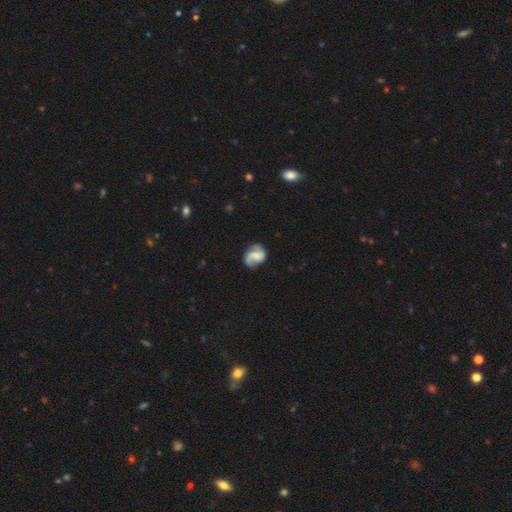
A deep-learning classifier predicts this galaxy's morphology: Q: Smooth or featured?
A: featured or disk (73%); runner-up: smooth (21%)
Q: Edge-on disk?
A: no (98%); runner-up: yes (2%)
Q: Bar?
A: no (44%); runner-up: weak (43%)
Q: Spiral arms?
A: yes (94%); runner-up: no (6%)
Q: Spiral winding?
A: medium (45%); runner-up: loose (34%)
Q: Spiral arm count?
A: 2 (84%); runner-up: 1 (7%)
Q: Bulge size?
A: small (31%); runner-up: none (30%)
Q: Merging?
A: none (69%); runner-up: minor disturbance (21%)